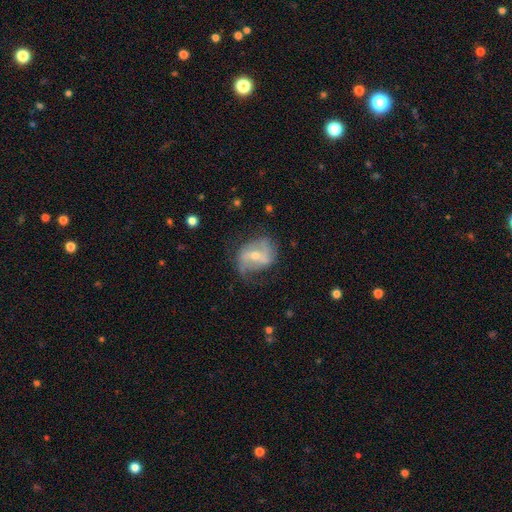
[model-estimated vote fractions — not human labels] A featured or disk galaxy (73%) with a weak bar (45%), 2 (75%) loose (52%) spiral arms (81%) and a moderate central bulge (56%).

Vote fractions:
- Smooth or featured? featured or disk: 73% / smooth: 20% / star or artifact: 7%
- Edge-on disk? no: 96% / yes: 4%
- Bar? weak: 45% / strong: 31% / no: 24%
- Spiral arms? yes: 81% / no: 19%
- Spiral winding? loose: 52% / medium: 34% / tight: 14%
- Spiral arm count? 2: 75% / can't tell: 13% / 1: 6% / 3: 3% / 4: 1% / more than 4: 1%
- Bulge size? moderate: 56% / small: 39% / large: 2% / none: 2% / dominant: 1%
- Merging? none: 54% / minor disturbance: 27% / major disturbance: 17% / merger: 2%